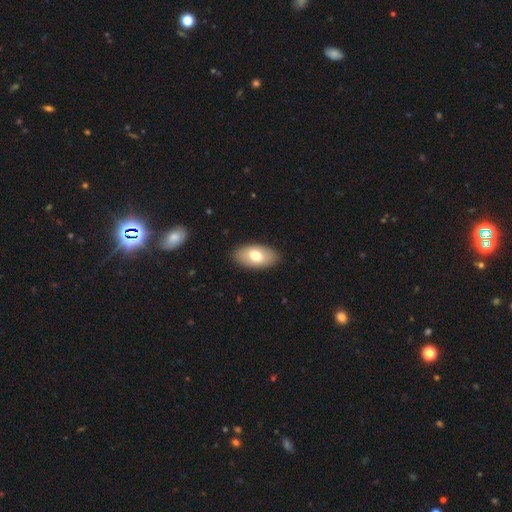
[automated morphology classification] Overall: smooth (71%). How rounded: in between (94%). Merging: none (88%).